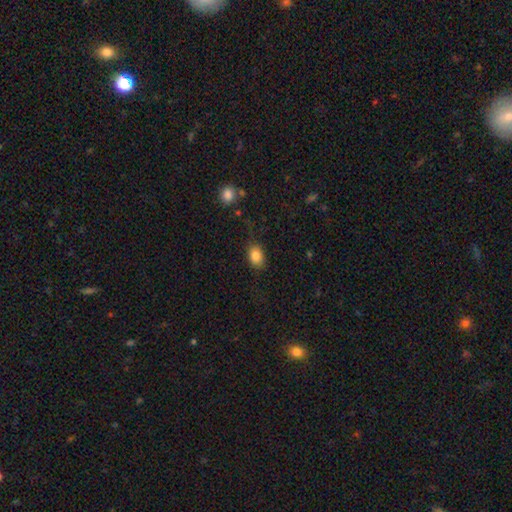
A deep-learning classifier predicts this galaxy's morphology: smooth-or-featured: smooth: 84% | star or artifact: 9% | featured or disk: 7%
  how-rounded: in between: 74% | round: 25% | cigar-shaped: 1%
  merging: none: 78% | minor disturbance: 16% | major disturbance: 5% | merger: 2%